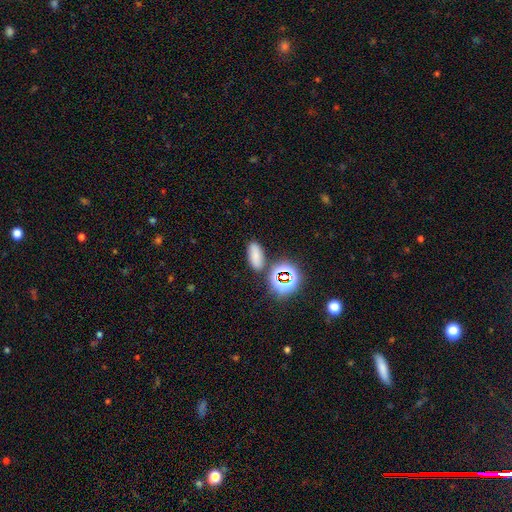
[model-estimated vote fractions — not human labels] Overall: smooth (69%). How rounded: in between (77%). Merging: none (78%).